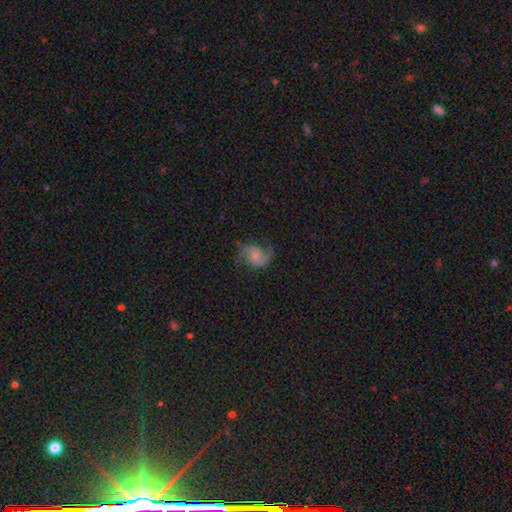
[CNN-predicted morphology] The model was most divided on "spiral winding" (2-way tie): loose: 45%, medium: 45%, tight: 10%. More confident: edge-on disk — no (98%); spiral arms — yes (96%); spiral arm count — 2 (90%); smooth or featured — featured or disk (83%); merging — none (69%); bar — no (63%); bulge size — small (57%).